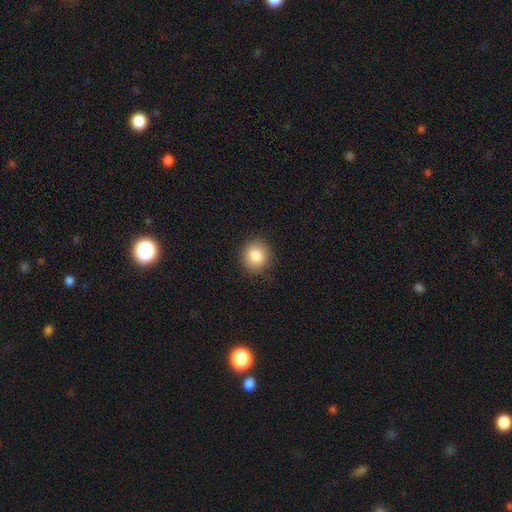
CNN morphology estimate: smooth_or_featured: smooth (p=0.85) [alt: star or artifact p=0.09]
how_rounded: round (p=0.83) [alt: in between p=0.16]
merging: none (p=0.89) [alt: minor disturbance p=0.08]